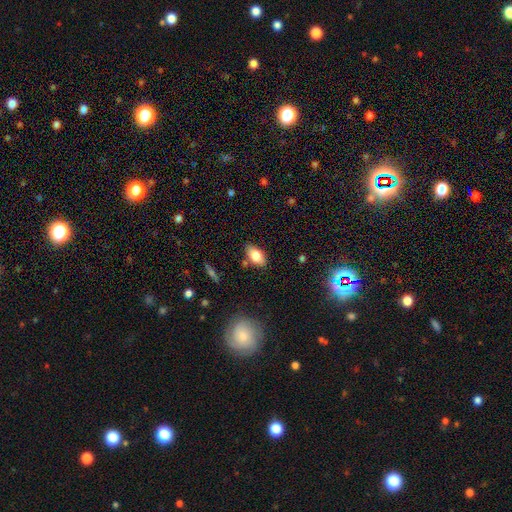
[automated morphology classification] A smooth galaxy with no disk features (81%) that is in between round and cigar-shaped (91%).

Vote fractions:
- Smooth or featured? smooth: 81% / featured or disk: 11% / star or artifact: 8%
- How rounded? in between: 91% / round: 5% / cigar-shaped: 4%
- Merging? none: 80% / minor disturbance: 13% / merger: 4% / major disturbance: 3%